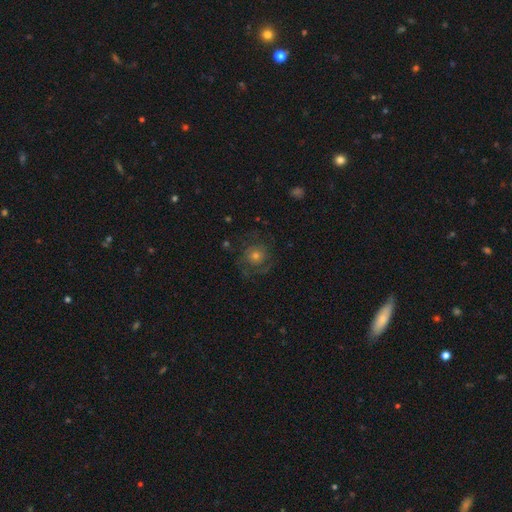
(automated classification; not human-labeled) smooth-or-featured: featured or disk: 57% | smooth: 28% | star or artifact: 15%
  disk-edge-on: no: 97% | yes: 3%
    bar: no: 82% | weak: 15% | strong: 3%
    has-spiral-arms: yes: 84% | no: 16%
    bulge-size: moderate: 51% | small: 36% | large: 9% | none: 3% | dominant: 2%
  merging: none: 73% | minor disturbance: 14% | major disturbance: 12% | merger: 1%